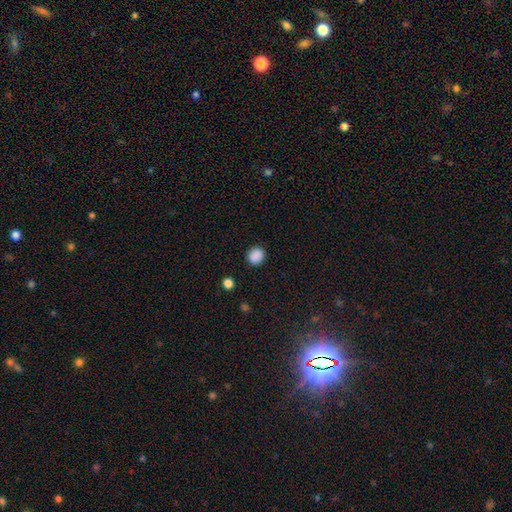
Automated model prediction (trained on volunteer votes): Smooth or featured?
  - smooth: 88% *
  - star or artifact: 9%
  - featured or disk: 3%
How rounded?
  - round: 81% *
  - in between: 18%
  - cigar-shaped: 1%
Merging?
  - none: 89% *
  - minor disturbance: 7%
  - major disturbance: 2%
  - merger: 1%